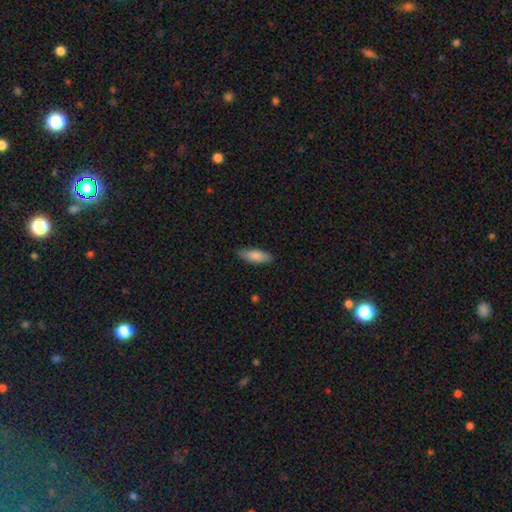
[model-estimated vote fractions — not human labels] This appears to be a smooth galaxy with no disk features (84%) that is in between round and cigar-shaped (64%). Merging: none (84%).